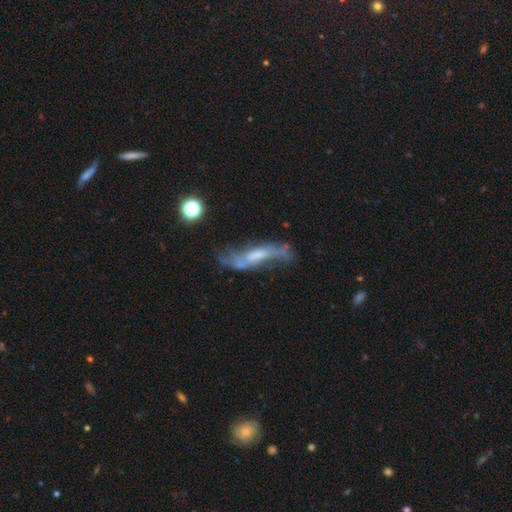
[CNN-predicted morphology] This appears to be a featured or disk galaxy (66%). Merging: none (44%).